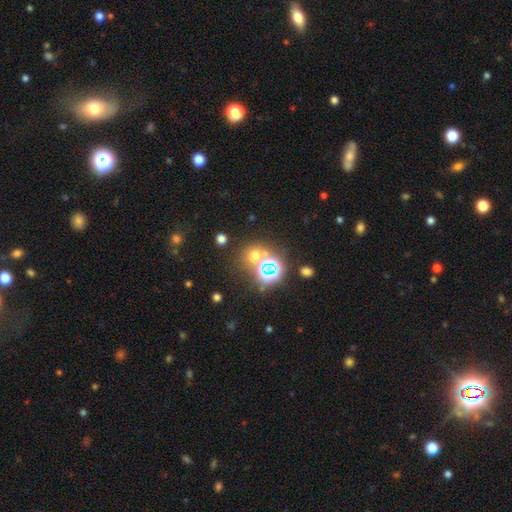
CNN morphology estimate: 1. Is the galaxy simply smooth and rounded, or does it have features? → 50% smooth, 42% star or artifact, 8% featured or disk.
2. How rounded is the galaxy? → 83% round, 16% in between, 1% cigar-shaped.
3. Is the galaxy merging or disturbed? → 66% none, 21% merger, 8% minor disturbance, 5% major disturbance.